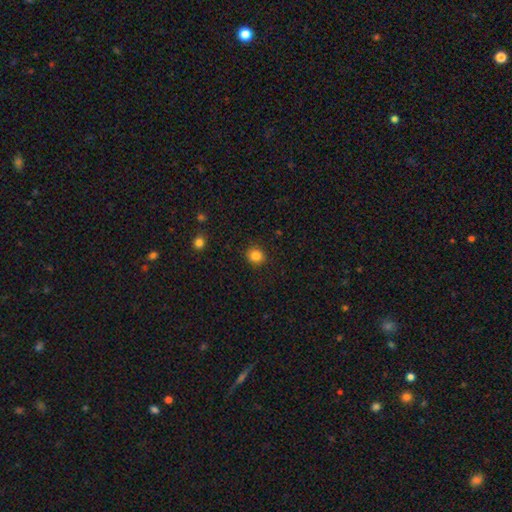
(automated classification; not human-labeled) Q: Smooth or featured?
A: smooth (84%); runner-up: star or artifact (11%)
Q: How rounded?
A: round (83%); runner-up: in between (16%)
Q: Merging?
A: none (90%); runner-up: minor disturbance (7%)